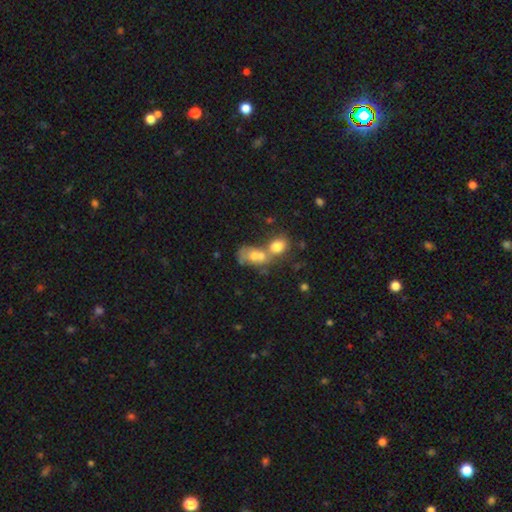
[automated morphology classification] smooth_or_featured: smooth (p=0.60) [alt: featured or disk p=0.28]
how_rounded: in between (p=0.64) [alt: round p=0.34]
merging: merger (p=0.69) [alt: none p=0.16]